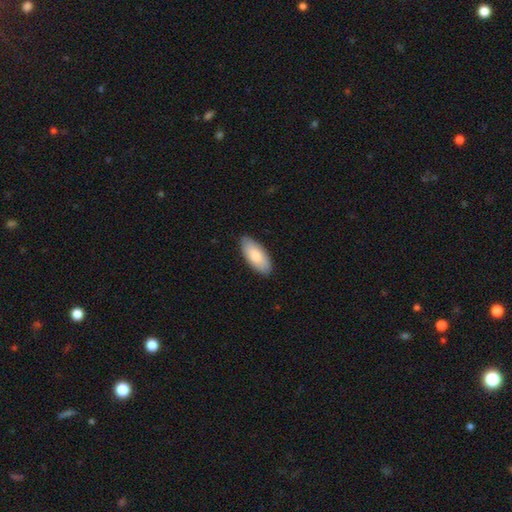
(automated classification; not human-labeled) A smooth galaxy with no disk features (81%) that is in between round and cigar-shaped (89%).

Vote fractions:
- Smooth or featured? smooth: 81% / featured or disk: 14% / star or artifact: 5%
- How rounded? in between: 89% / cigar-shaped: 9% / round: 2%
- Merging? none: 86% / minor disturbance: 11% / major disturbance: 2% / merger: 1%